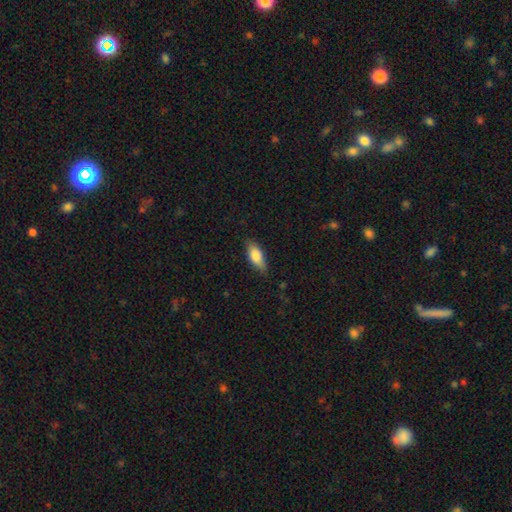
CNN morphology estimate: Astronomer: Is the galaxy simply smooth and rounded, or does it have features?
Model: smooth — 78%.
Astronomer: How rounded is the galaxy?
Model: in between — 78%.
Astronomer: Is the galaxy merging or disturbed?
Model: none — 79%.